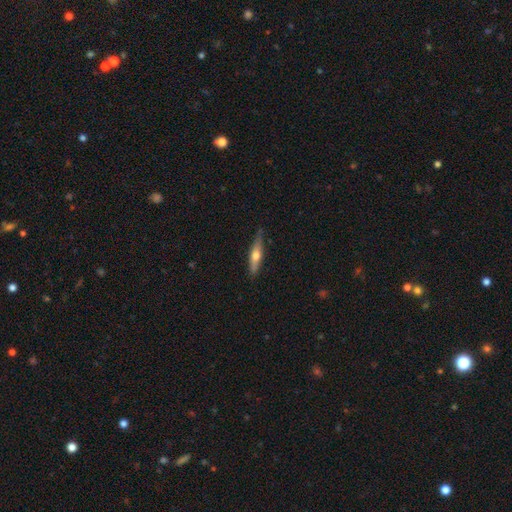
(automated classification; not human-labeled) smooth_or_featured: smooth (p=0.50) [alt: featured or disk p=0.44]
how_rounded: cigar-shaped (p=0.76) [alt: in between p=0.22]
merging: none (p=0.78) [alt: minor disturbance p=0.18]